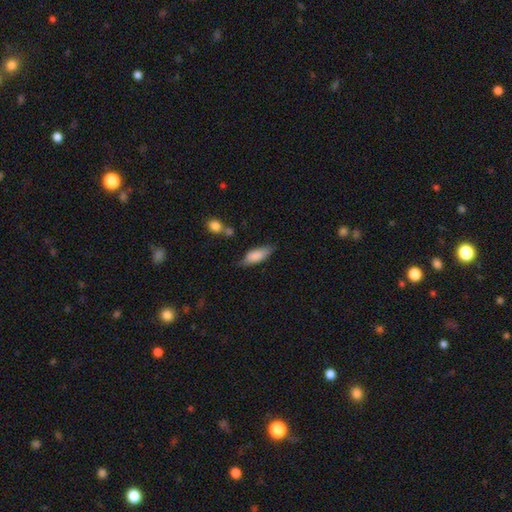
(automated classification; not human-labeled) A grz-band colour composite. It shows a smooth galaxy with no disk features (80%) that is in between round and cigar-shaped (72%). Merging: none (62%).